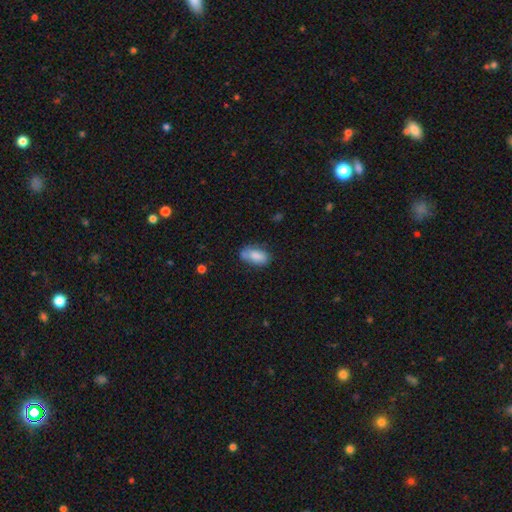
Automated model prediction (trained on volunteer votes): A smooth galaxy with no disk features (81%) that is in between round and cigar-shaped (90%).

Vote fractions:
- Smooth or featured? smooth: 81% / featured or disk: 11% / star or artifact: 8%
- How rounded? in between: 90% / round: 6% / cigar-shaped: 4%
- Merging? none: 58% / minor disturbance: 25% / merger: 10% / major disturbance: 7%